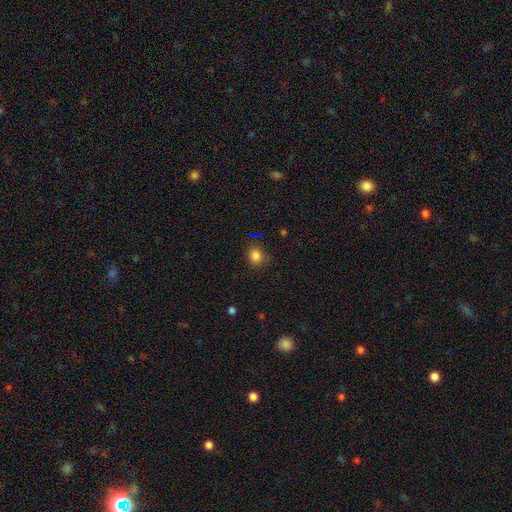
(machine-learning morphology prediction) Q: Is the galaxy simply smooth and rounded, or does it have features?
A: smooth — 83%.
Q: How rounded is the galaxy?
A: round — 74%.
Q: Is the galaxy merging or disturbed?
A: none — 82%.